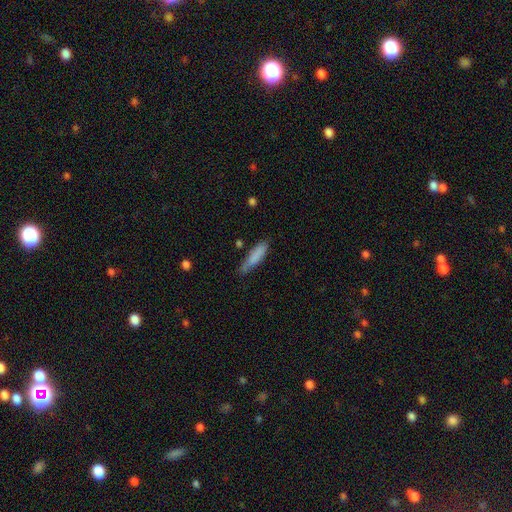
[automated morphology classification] Smooth or featured: smooth — 82% (featured or disk — 12%)
How rounded: cigar-shaped — 71% (in between — 27%)
Merging: none — 68% (minor disturbance — 24%)